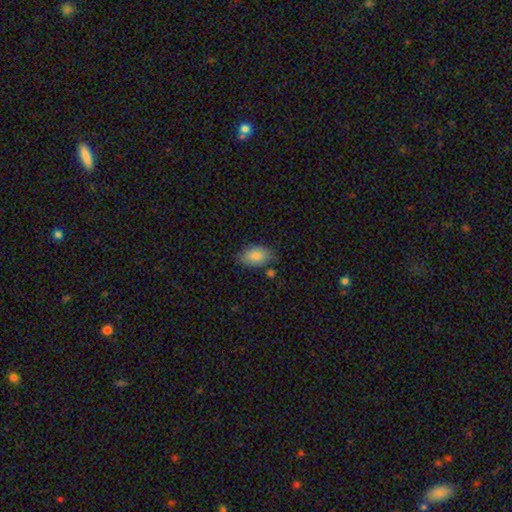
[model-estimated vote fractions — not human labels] Morphology: type=smooth (85%); roundness=in between (91%); merging=none (73%).